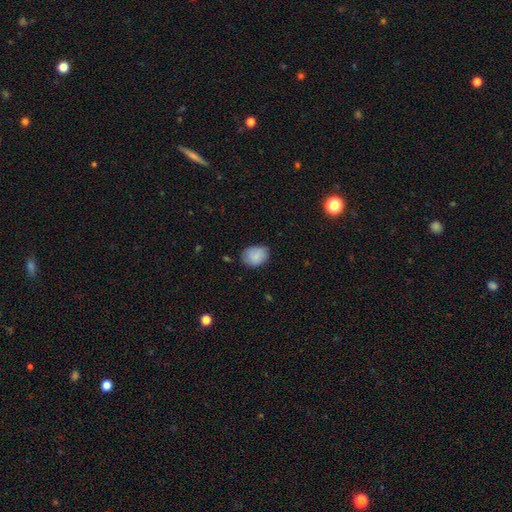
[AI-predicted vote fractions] Overall: smooth (77%). How rounded: in between (60%; round 39%). Merging: none (68%).